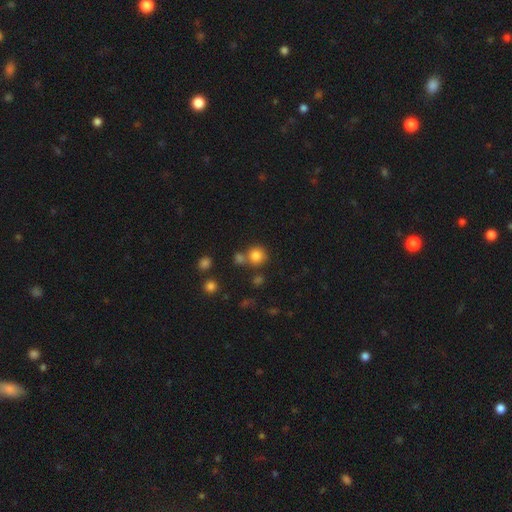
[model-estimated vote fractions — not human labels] Smooth or featured: smooth — 81% (star or artifact — 13%)
How rounded: round — 90% (in between — 9%)
Merging: none — 67% (merger — 20%)